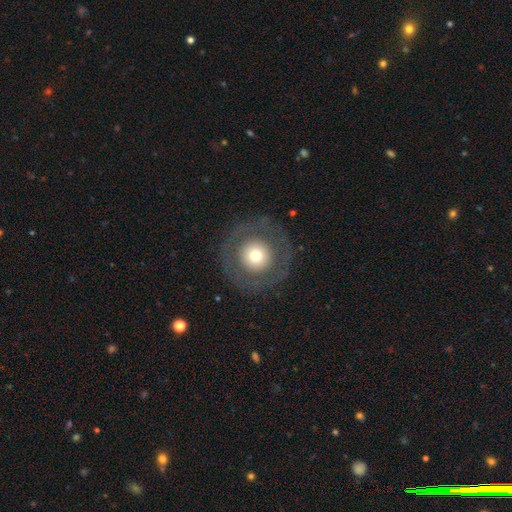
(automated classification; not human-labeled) Morphology: type=smooth (56%); roundness=round (96%); merging=none (84%).